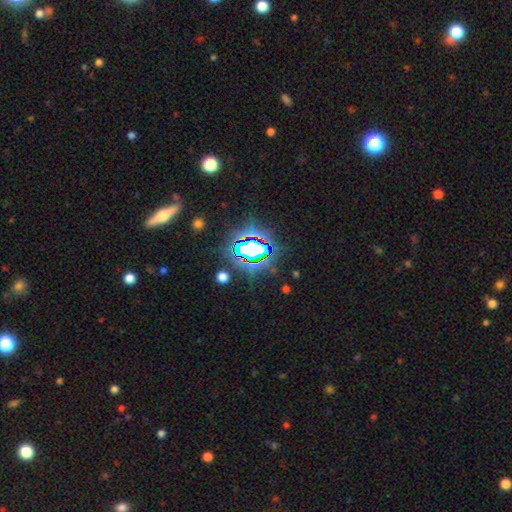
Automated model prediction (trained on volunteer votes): The model was most divided on "smooth or featured": star or artifact: 77%, smooth: 12%, featured or disk: 10%.